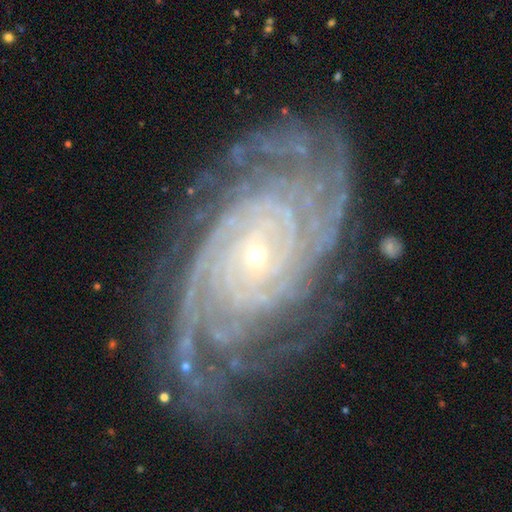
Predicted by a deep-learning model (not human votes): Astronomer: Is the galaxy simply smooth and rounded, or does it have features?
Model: featured or disk — 92%.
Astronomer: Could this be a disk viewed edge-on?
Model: no — 97%.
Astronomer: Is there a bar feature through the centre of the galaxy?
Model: no — 71%.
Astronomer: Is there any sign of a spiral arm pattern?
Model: yes — 98%.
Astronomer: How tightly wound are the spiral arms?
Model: tight — 82%.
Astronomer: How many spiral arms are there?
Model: more than 4 — 29% (runner-up: 4, 21%).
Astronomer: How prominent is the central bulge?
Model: small — 84%.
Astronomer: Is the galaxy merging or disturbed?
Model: none — 75%.